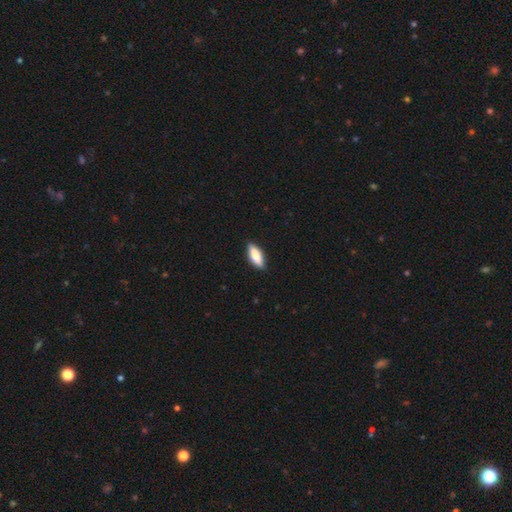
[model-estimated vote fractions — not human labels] Smooth or featured: smooth — 78% (featured or disk — 17%)
How rounded: in between — 68% (cigar-shaped — 30%)
Merging: none — 87% (minor disturbance — 10%)